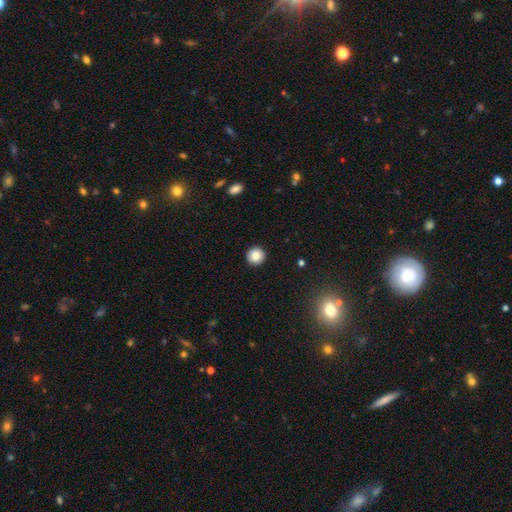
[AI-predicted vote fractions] smooth 86%, star or artifact 10%, featured or disk 4%. Down the decision tree: how rounded — round (96%); merging — none (93%).